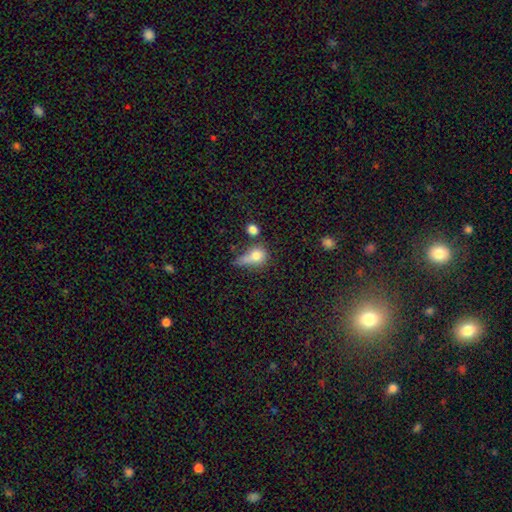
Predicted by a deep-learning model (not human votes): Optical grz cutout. It shows a smooth galaxy with no disk features (72%) that is round (51%). Merging: major disturbance (29%).